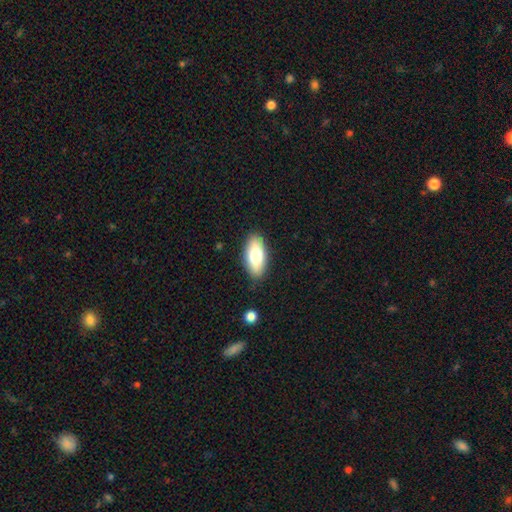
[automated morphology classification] Smooth or featured? Predicted: smooth (p=0.73). How rounded? Predicted: in between (p=0.87). Merging? Predicted: none (p=0.87).